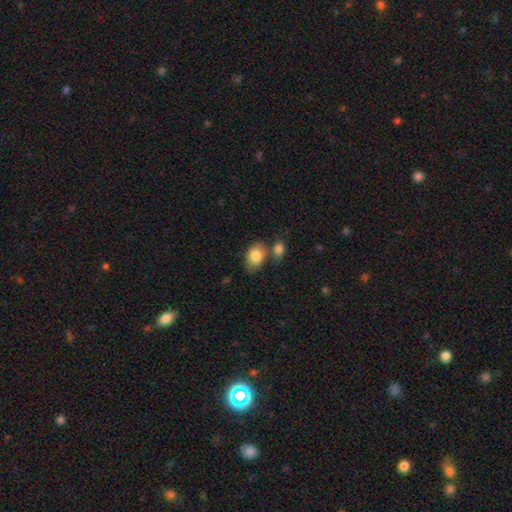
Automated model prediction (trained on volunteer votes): Smooth or featured: smooth — 84% (featured or disk — 9%)
How rounded: in between — 83% (round — 16%)
Merging: none — 55% (merger — 25%)